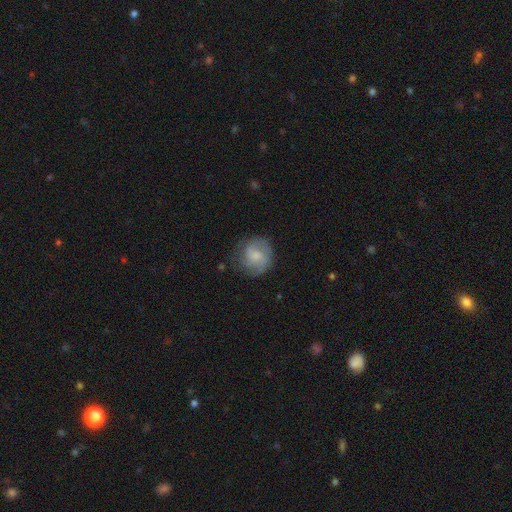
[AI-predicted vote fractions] The model was most divided on "bulge size": small: 39%, moderate: 38%, none: 15%, large: 6%, dominant: 1%. More confident: edge-on disk — no (98%); spiral arms — yes (85%); merging — none (67%); bar — no (61%); smooth or featured — featured or disk (52%).